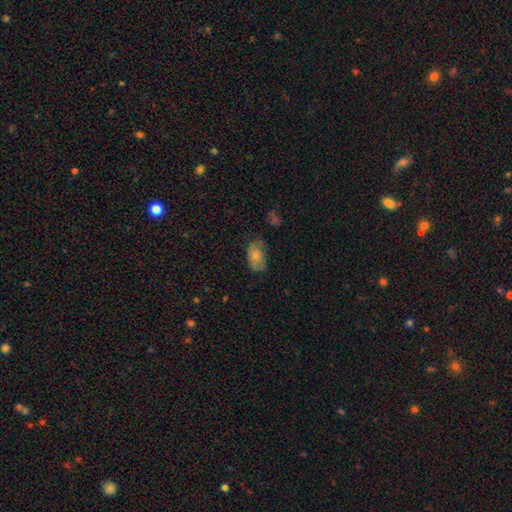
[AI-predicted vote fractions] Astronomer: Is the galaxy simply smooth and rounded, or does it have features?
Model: smooth — 73%.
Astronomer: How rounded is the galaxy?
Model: in between — 92%.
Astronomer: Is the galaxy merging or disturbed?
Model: none — 56% (runner-up: minor disturbance, 32%).